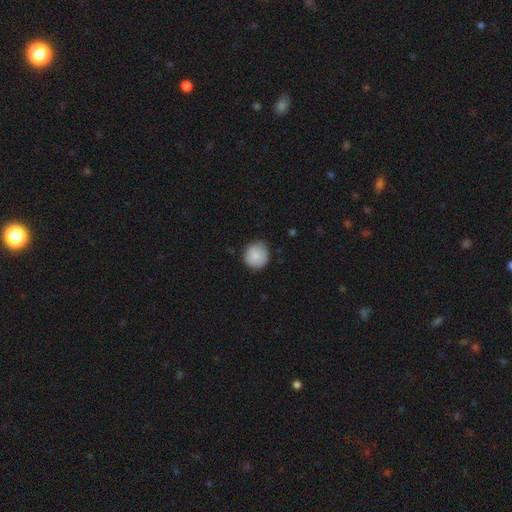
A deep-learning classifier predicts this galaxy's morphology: The model was most divided on "merging": none: 82%, minor disturbance: 14%, major disturbance: 2%, merger: 1%. More confident: how rounded — round (91%); smooth or featured — smooth (85%).